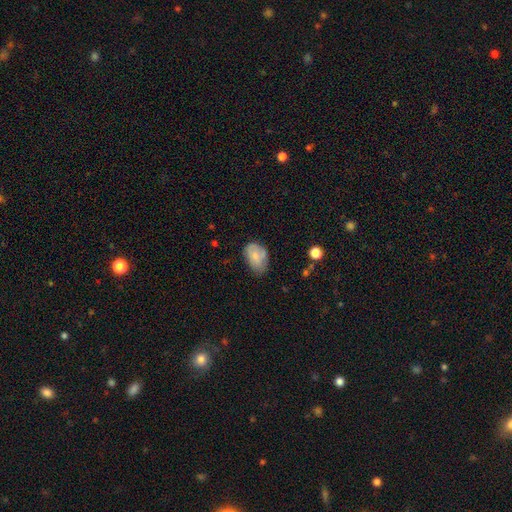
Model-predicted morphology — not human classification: smooth_or_featured: smooth (p=0.75) [alt: featured or disk p=0.18]
how_rounded: in between (p=0.88) [alt: round p=0.11]
merging: none (p=0.50) [alt: minor disturbance p=0.37]